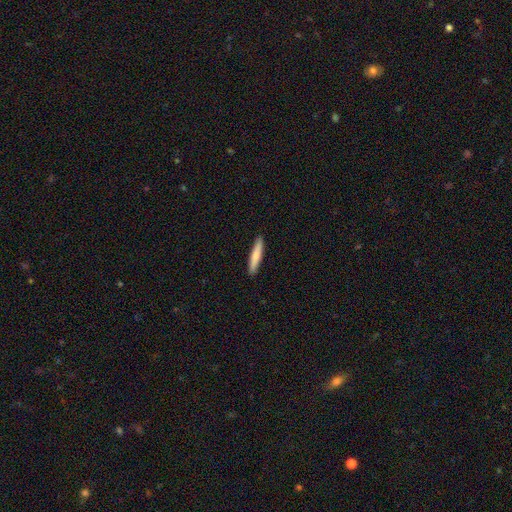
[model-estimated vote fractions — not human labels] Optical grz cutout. It shows a smooth galaxy with no disk features (77%) that is cigar-shaped (92%). Merging: none (91%).